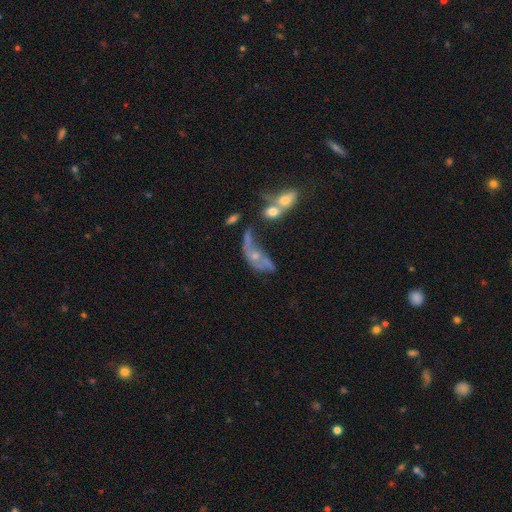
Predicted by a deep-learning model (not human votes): smooth_or_featured: featured or disk (p=0.58) [alt: smooth p=0.28]
disk_edge_on: no (p=0.92) [alt: yes p=0.08]
bar: no (p=0.81) [alt: weak p=0.16]
has_spiral_arms: no (p=0.51) [alt: yes p=0.49]
bulge_size: small (p=0.49) [alt: moderate p=0.32]
merging: merger (p=0.38) [alt: major disturbance p=0.30]